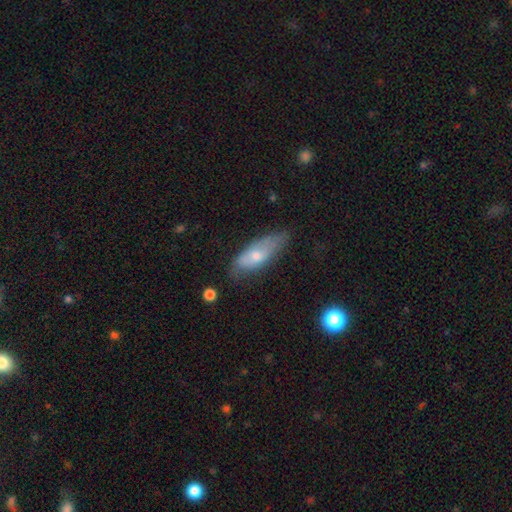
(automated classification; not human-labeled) The model was most divided on "merging": none: 56%, minor disturbance: 32%, major disturbance: 10%, merger: 2%. More confident: how rounded — in between (69%); smooth or featured — smooth (61%).